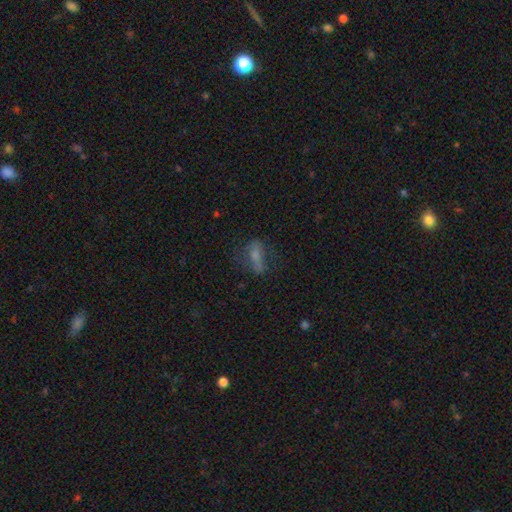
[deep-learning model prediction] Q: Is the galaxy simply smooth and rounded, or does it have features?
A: smooth — 58%.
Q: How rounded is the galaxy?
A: in between — 61%.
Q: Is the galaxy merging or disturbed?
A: none — 54%.